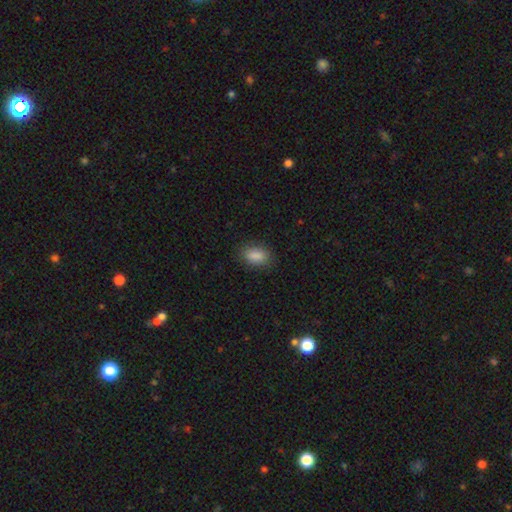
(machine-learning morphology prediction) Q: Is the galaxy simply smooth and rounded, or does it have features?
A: smooth — 88%.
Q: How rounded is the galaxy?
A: in between — 88%.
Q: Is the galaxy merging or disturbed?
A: none — 84%.